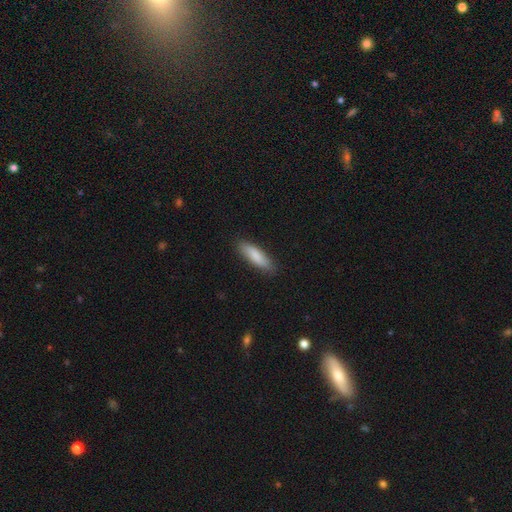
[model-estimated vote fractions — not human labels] Smooth or featured? smooth (86%)
How rounded? cigar-shaped (58%)
Merging? none (86%)